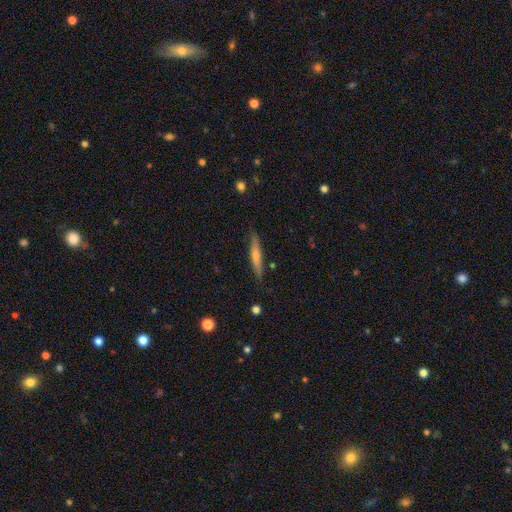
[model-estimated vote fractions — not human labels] featured or disk 62%, smooth 31%, star or artifact 7%. Down the decision tree: edge-on disk — yes (95%); edge-on bulge — rounded (77%); merging — none (86%).